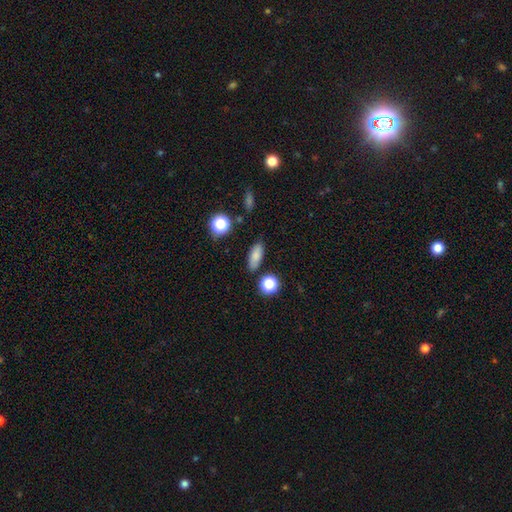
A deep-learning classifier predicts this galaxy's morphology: smooth 81%, star or artifact 10%, featured or disk 9%. Down the decision tree: how rounded — in between (72%); merging — none (83%).